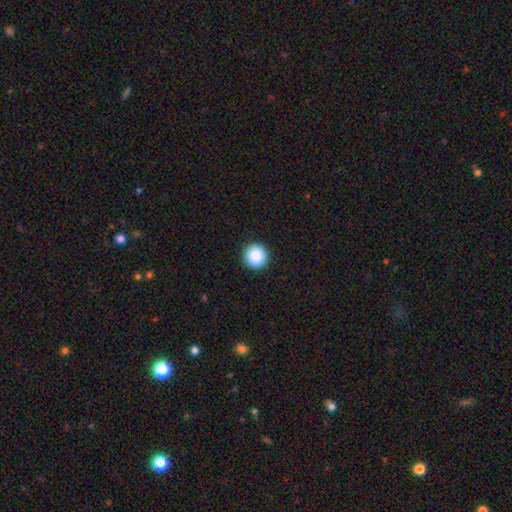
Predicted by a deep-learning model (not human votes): Morphology: type=smooth (88%); roundness=round (94%); merging=none (93%).